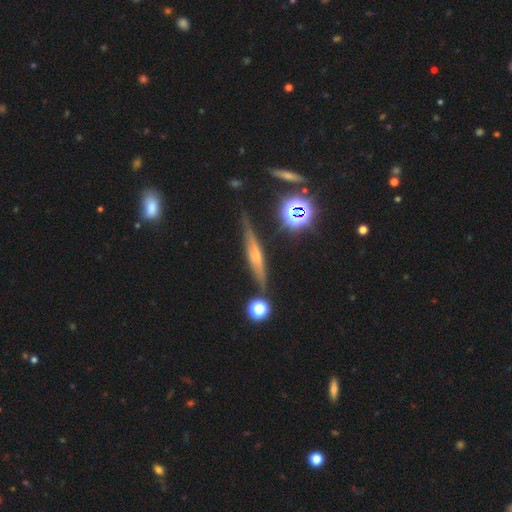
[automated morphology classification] smooth-or-featured: featured or disk: 55% | smooth: 31% | star or artifact: 15%
  disk-edge-on: yes: 94% | no: 6%
    edge-on-bulge: rounded: 57% | none: 28% | boxy: 15%
  merging: none: 81% | minor disturbance: 13% | merger: 3% | major disturbance: 3%